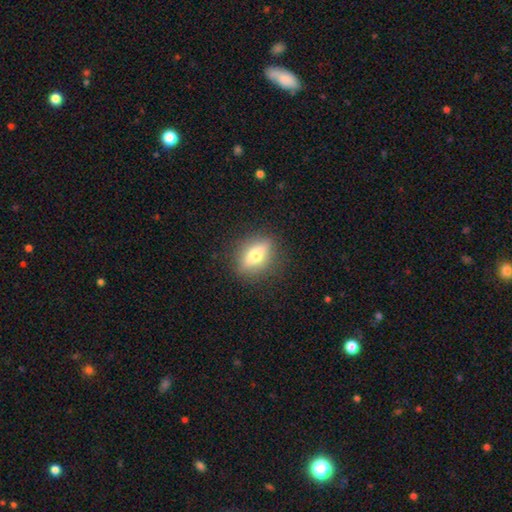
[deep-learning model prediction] Smooth or featured?
  - smooth: 54% *
  - featured or disk: 37%
  - star or artifact: 9%
How rounded?
  - in between: 62% *
  - round: 21%
  - cigar-shaped: 17%
Merging?
  - none: 85% *
  - minor disturbance: 10%
  - major disturbance: 3%
  - merger: 1%